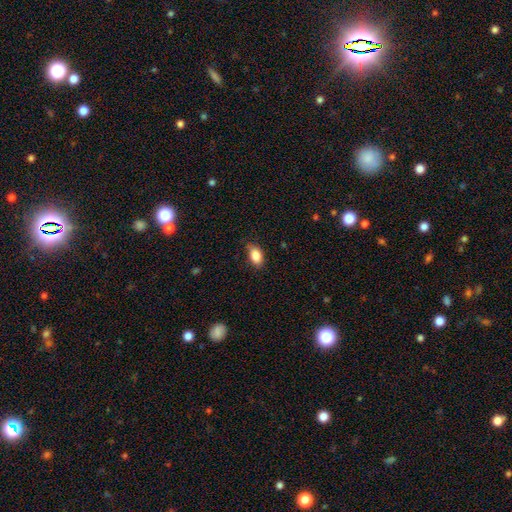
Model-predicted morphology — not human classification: A smooth galaxy with no disk features (86%) that is in between round and cigar-shaped (88%). Merging: none (76%).